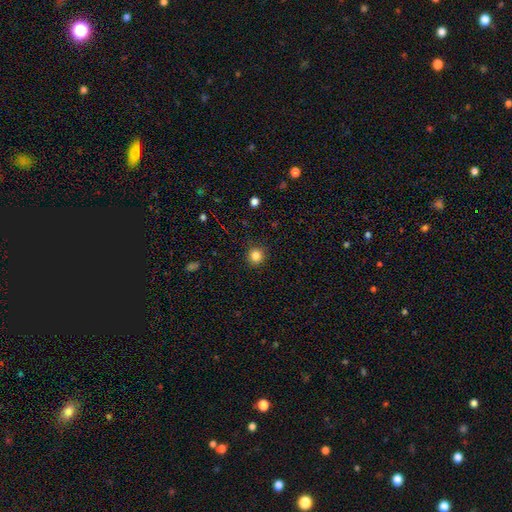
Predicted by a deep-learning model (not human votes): Smooth or featured? Predicted: smooth (p=0.84). How rounded? Predicted: round (p=0.92). Merging? Predicted: none (p=0.90).